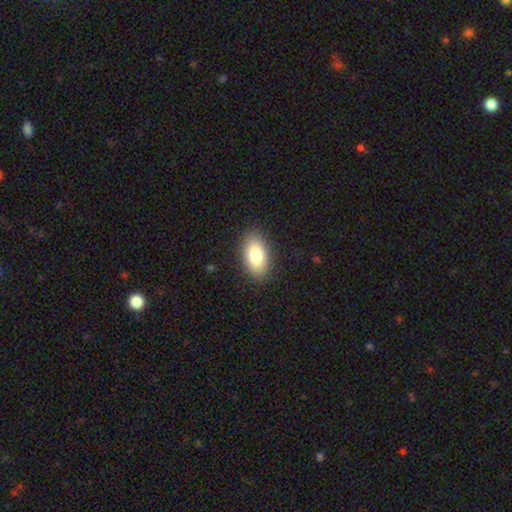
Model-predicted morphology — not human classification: The model was most divided on "smooth or featured": smooth: 83%, featured or disk: 10%, star or artifact: 7%. More confident: how rounded — in between (93%); merging — none (87%).